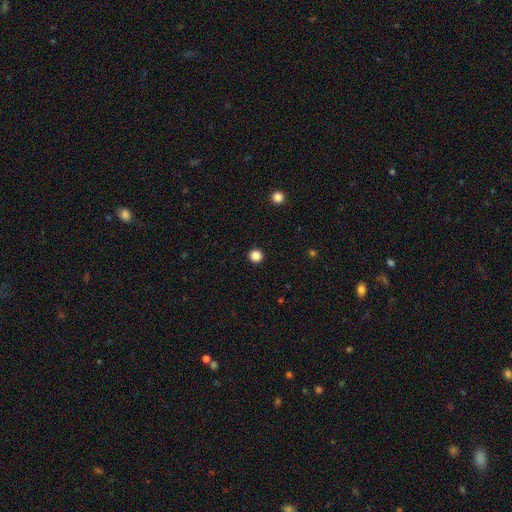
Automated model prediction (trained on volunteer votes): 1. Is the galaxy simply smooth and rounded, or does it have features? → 85% smooth, 12% star or artifact, 3% featured or disk.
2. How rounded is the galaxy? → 96% round, 3% in between, 1% cigar-shaped.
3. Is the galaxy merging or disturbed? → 94% none, 4% minor disturbance, 1% major disturbance, 1% merger.